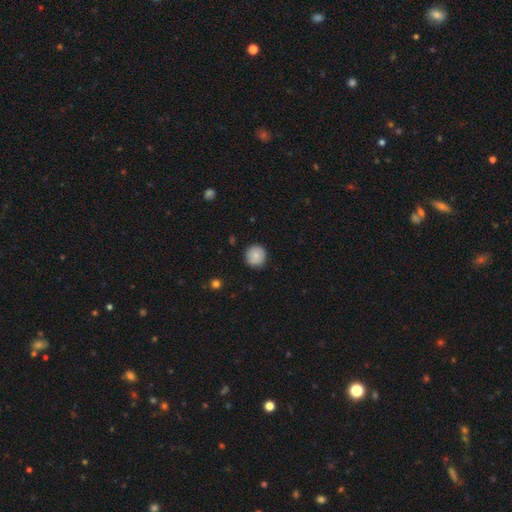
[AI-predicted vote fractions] A smooth galaxy with no disk features (81%) that is round (93%).

Vote fractions:
- Smooth or featured? smooth: 81% / featured or disk: 12% / star or artifact: 8%
- How rounded? round: 93% / in between: 6% / cigar-shaped: 1%
- Merging? none: 87% / minor disturbance: 10% / major disturbance: 2% / merger: 1%